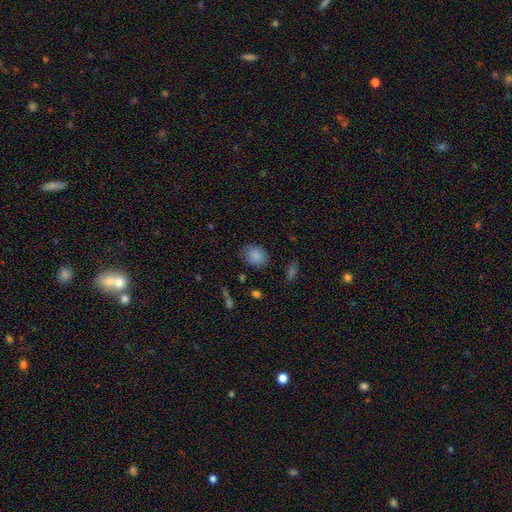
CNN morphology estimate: Smooth or featured: smooth — 86% (star or artifact — 9%)
How rounded: in between — 56% (round — 43%)
Merging: none — 78% (minor disturbance — 16%)